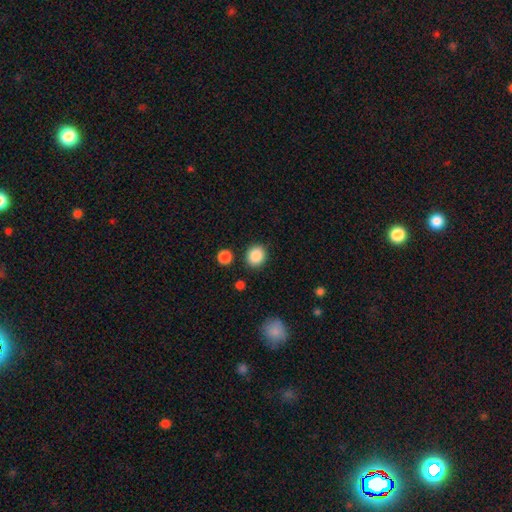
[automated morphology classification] Overall: smooth (88%). How rounded: round (81%). Merging: none (87%).